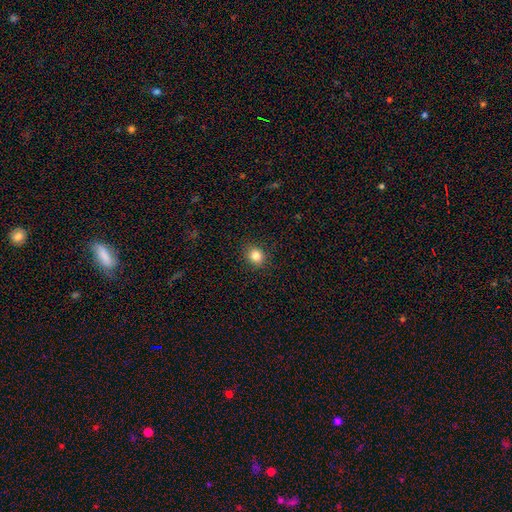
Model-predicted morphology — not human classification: Q: Smooth or featured?
A: smooth (83%); runner-up: star or artifact (12%)
Q: How rounded?
A: round (80%); runner-up: in between (19%)
Q: Merging?
A: none (91%); runner-up: minor disturbance (6%)